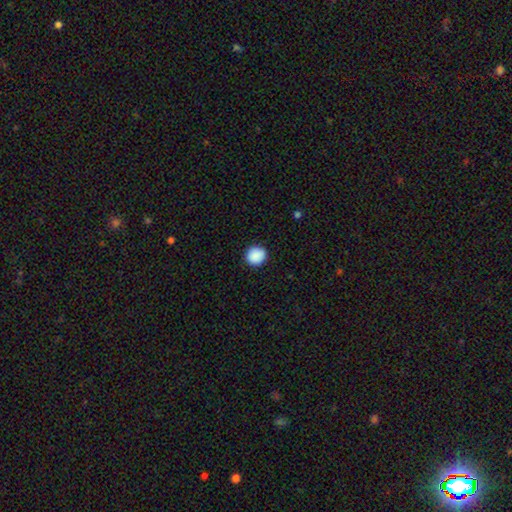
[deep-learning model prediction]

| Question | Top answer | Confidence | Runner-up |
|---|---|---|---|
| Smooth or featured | smooth | 90% | star or artifact (8%) |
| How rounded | round | 90% | in between (10%) |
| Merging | none | 91% | minor disturbance (7%) |